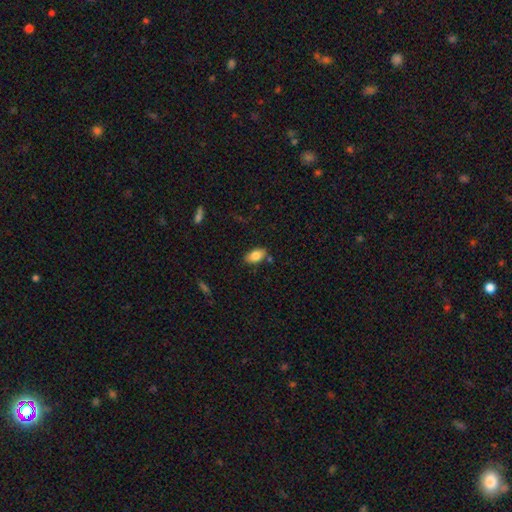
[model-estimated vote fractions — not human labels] The model was most divided on "merging": none: 79%, minor disturbance: 13%, merger: 5%, major disturbance: 3%. More confident: how rounded — in between (92%); smooth or featured — smooth (83%).